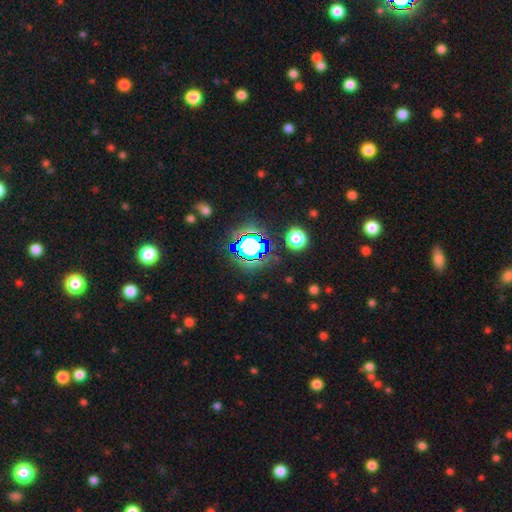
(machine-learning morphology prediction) smooth-or-featured: star or artifact: 63% | smooth: 25% | featured or disk: 12%